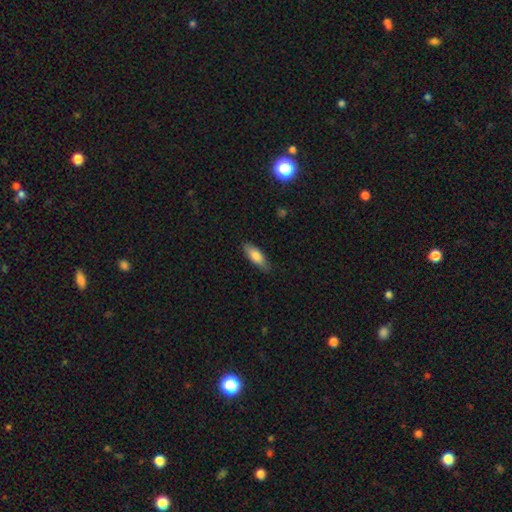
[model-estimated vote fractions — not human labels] Smooth or featured: smooth — 80% (featured or disk — 14%)
How rounded: in between — 67% (cigar-shaped — 31%)
Merging: none — 82% (minor disturbance — 15%)